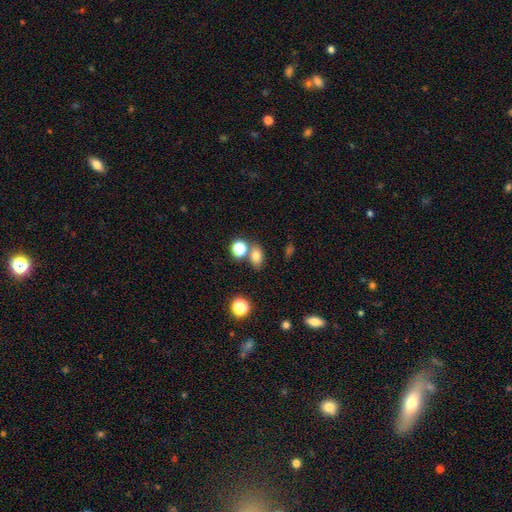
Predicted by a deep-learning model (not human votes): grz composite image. It shows a smooth galaxy with no disk features (76%) that is in between round and cigar-shaped (65%). Merging: none (64%).